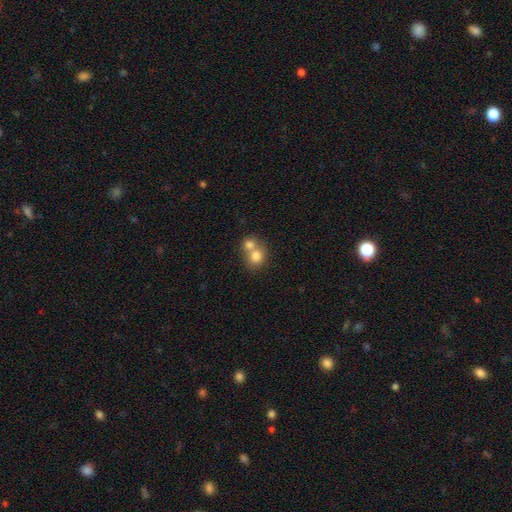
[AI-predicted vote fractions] Morphology: type=smooth (77%); roundness=round (75%); merging=merger (62%).